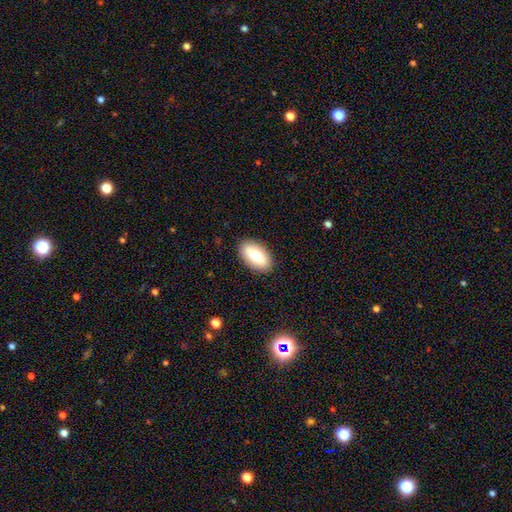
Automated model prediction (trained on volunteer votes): Smooth or featured?
  - smooth: 76% *
  - featured or disk: 18%
  - star or artifact: 7%
How rounded?
  - in between: 94% *
  - round: 4%
  - cigar-shaped: 2%
Merging?
  - none: 89% *
  - minor disturbance: 8%
  - major disturbance: 2%
  - merger: 1%